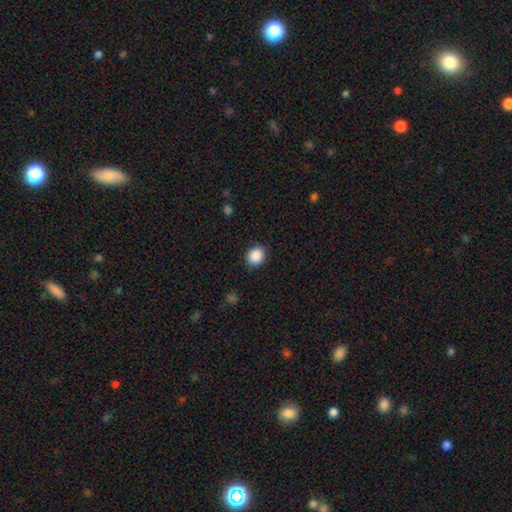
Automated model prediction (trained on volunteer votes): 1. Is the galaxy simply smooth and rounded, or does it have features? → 88% smooth, 9% star or artifact, 3% featured or disk.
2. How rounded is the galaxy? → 68% round, 31% in between, 1% cigar-shaped.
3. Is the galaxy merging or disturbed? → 87% none, 10% minor disturbance, 3% major disturbance, 1% merger.